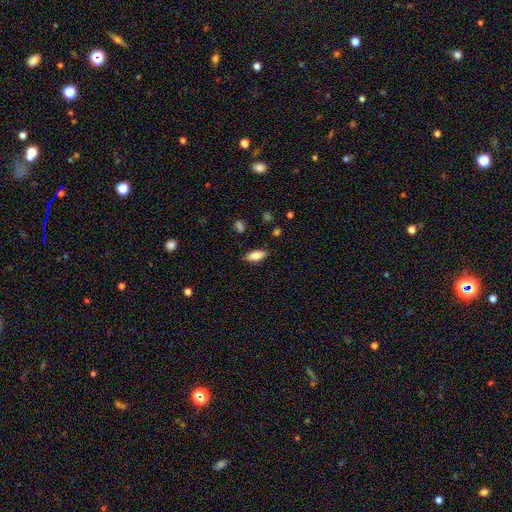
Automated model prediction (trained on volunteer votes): smooth-or-featured: smooth: 78% | featured or disk: 14% | star or artifact: 7%
  how-rounded: in between: 75% | cigar-shaped: 23% | round: 2%
  merging: none: 85% | minor disturbance: 11% | major disturbance: 3% | merger: 1%